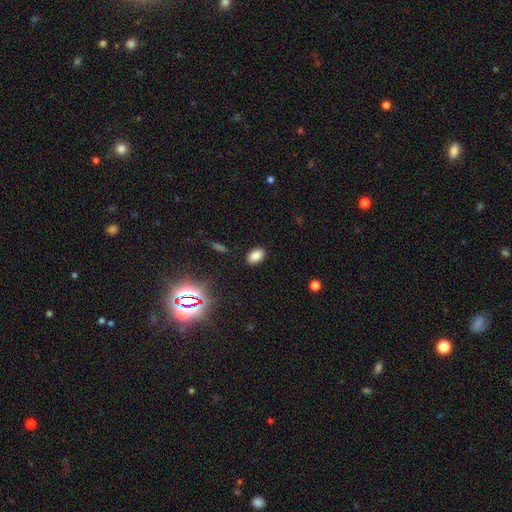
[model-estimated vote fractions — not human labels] The model was most divided on "smooth or featured": smooth: 82%, star or artifact: 13%, featured or disk: 5%. More confident: merging — none (88%); how rounded — in between (87%).